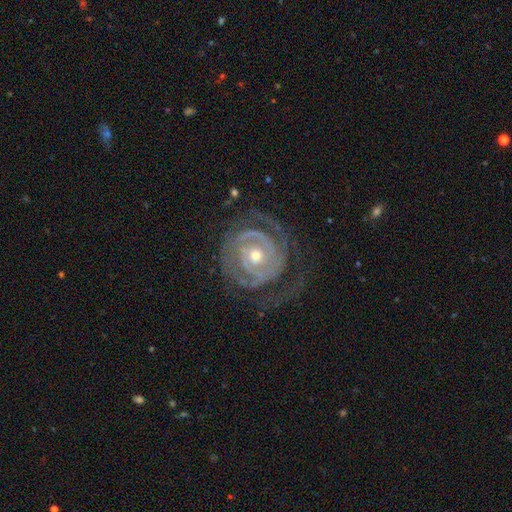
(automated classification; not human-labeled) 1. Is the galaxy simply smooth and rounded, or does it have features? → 88% featured or disk, 7% smooth, 5% star or artifact.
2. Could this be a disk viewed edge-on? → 97% no, 3% yes.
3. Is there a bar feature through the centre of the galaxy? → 69% no, 22% weak, 9% strong.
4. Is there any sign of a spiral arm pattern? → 93% yes, 7% no.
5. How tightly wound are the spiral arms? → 70% tight, 22% medium, 8% loose.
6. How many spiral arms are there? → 42% 2, 23% can't tell, 15% 3, 9% 1, 6% 4, 5% more than 4.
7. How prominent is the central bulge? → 48% moderate (tied), 48% small (tied), 2% large, 1% none, 1% dominant.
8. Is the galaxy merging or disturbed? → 63% none, 19% major disturbance, 17% minor disturbance, 1% merger.